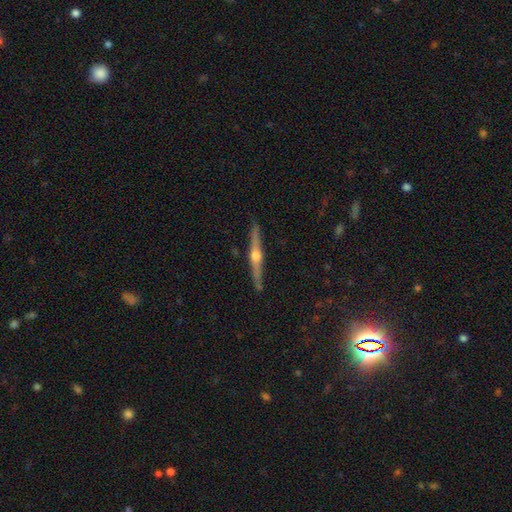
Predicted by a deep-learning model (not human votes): Morphology: type=featured or disk (80%); edge-on=yes (98%); edge-on bulge=rounded (95%); merging=none (90%).